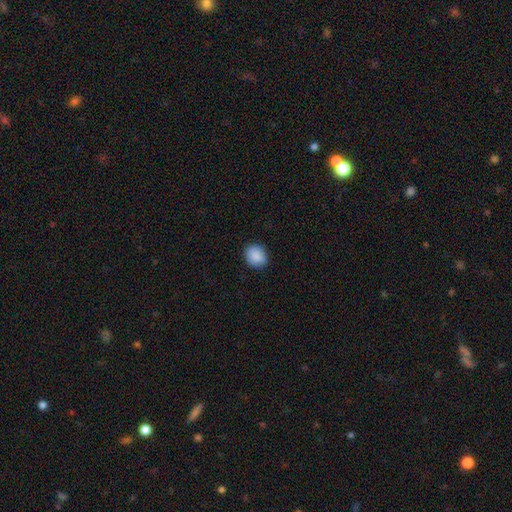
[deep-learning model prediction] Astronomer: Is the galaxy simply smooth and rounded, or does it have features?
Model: smooth — 89%.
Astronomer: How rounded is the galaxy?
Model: round — 62% (runner-up: in between, 37%).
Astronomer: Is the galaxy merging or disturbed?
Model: none — 85%.